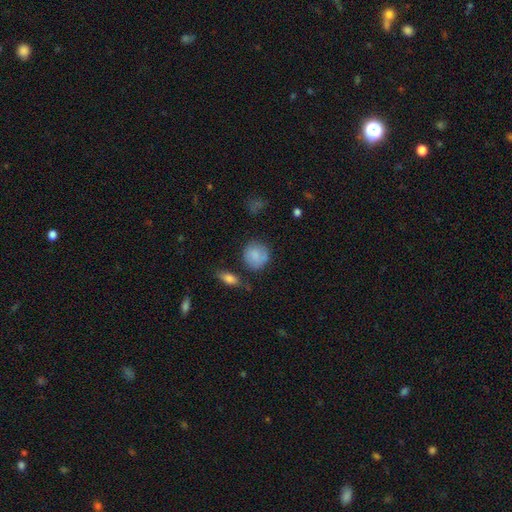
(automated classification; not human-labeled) A smooth galaxy with no disk features (80%) that is round (82%).

Vote fractions:
- Smooth or featured? smooth: 80% / featured or disk: 13% / star or artifact: 7%
- How rounded? round: 82% / in between: 17% / cigar-shaped: 1%
- Merging? none: 66% / minor disturbance: 22% / major disturbance: 7% / merger: 5%